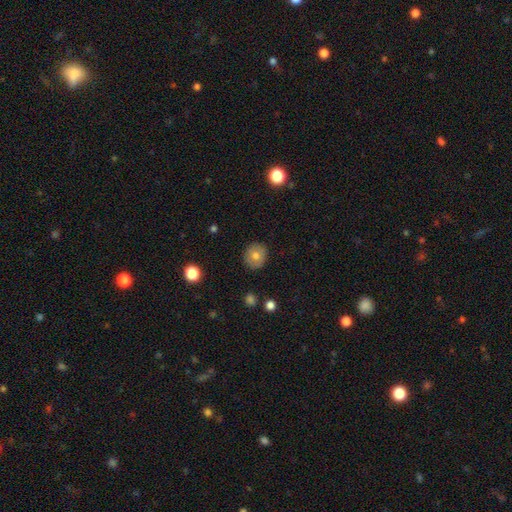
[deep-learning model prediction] A smooth galaxy with no disk features (73%) that is round (79%).

Vote fractions:
- Smooth or featured? smooth: 73% / featured or disk: 17% / star or artifact: 10%
- How rounded? round: 79% / in between: 20% / cigar-shaped: 1%
- Merging? none: 87% / minor disturbance: 9% / major disturbance: 2% / merger: 1%